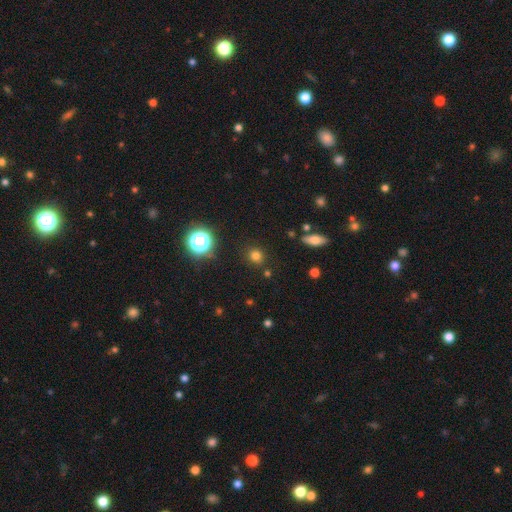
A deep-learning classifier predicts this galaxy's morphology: Smooth or featured?
  - smooth: 75% *
  - star or artifact: 19%
  - featured or disk: 6%
How rounded?
  - round: 84% *
  - in between: 15%
  - cigar-shaped: 1%
Merging?
  - none: 87% *
  - minor disturbance: 8%
  - major disturbance: 3%
  - merger: 2%